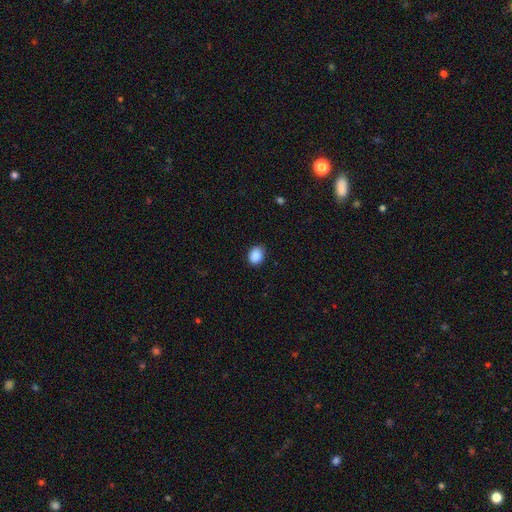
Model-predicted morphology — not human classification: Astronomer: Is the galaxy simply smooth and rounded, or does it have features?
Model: smooth — 89%.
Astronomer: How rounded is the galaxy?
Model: in between — 55% (runner-up: round, 44%).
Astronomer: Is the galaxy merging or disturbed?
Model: none — 85%.